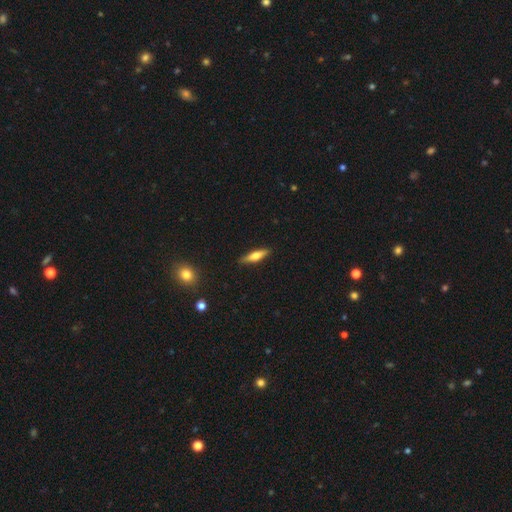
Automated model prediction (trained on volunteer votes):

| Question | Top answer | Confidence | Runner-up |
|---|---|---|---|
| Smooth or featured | smooth | 51% | featured or disk (42%) |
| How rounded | cigar-shaped | 72% | in between (25%) |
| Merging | none | 89% | minor disturbance (8%) |